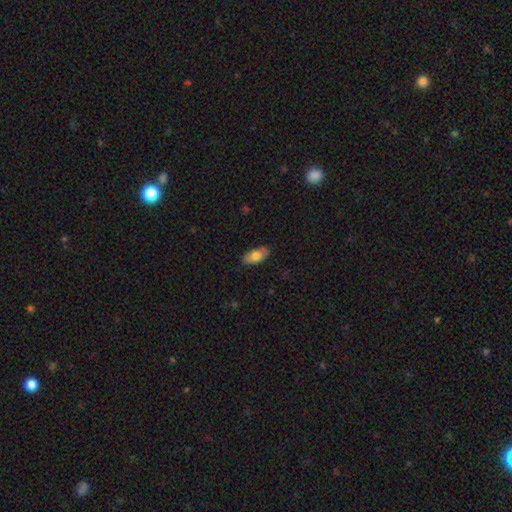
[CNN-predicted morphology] This is likely a smooth galaxy (78%). How rounded: clearly in between (91%). Merging: clearly none (84%).